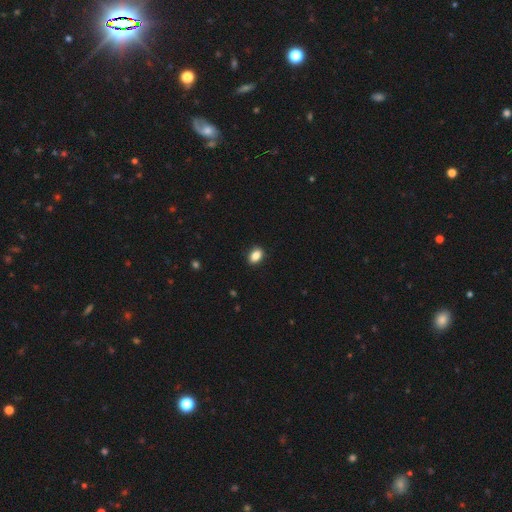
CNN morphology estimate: smooth_or_featured: smooth (p=0.87) [alt: star or artifact p=0.09]
how_rounded: in between (p=0.81) [alt: round p=0.17]
merging: none (p=0.88) [alt: minor disturbance p=0.09]